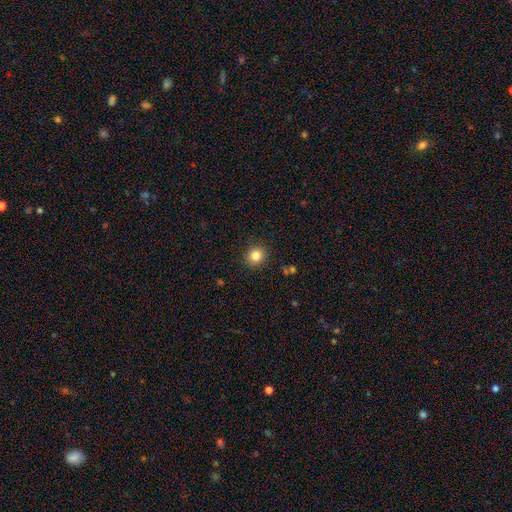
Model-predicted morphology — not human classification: smooth 83%, star or artifact 11%, featured or disk 6%. Down the decision tree: how rounded — round (89%); merging — none (90%).